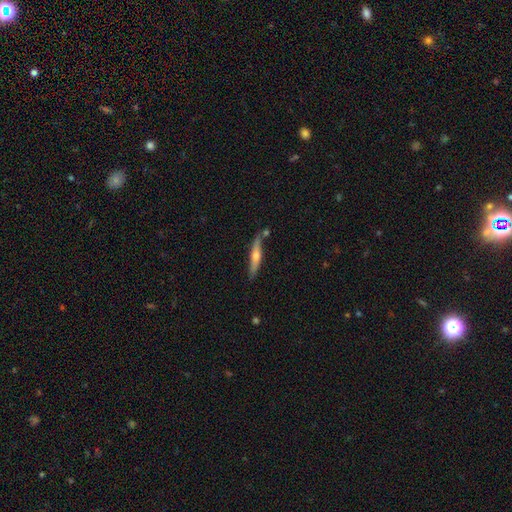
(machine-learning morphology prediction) Overall: featured or disk (56%; smooth 38%). Edge-on disk: yes (93%). Edge-on bulge: rounded (85%). Merging: none (74%).